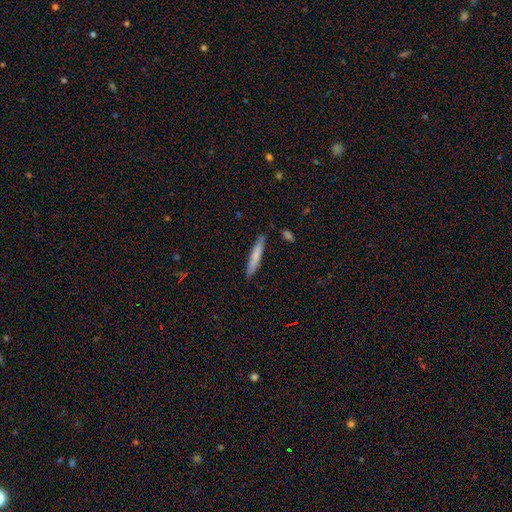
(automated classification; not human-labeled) smooth 73%, featured or disk 21%, star or artifact 6%. Down the decision tree: how rounded — cigar-shaped (94%); merging — none (86%).